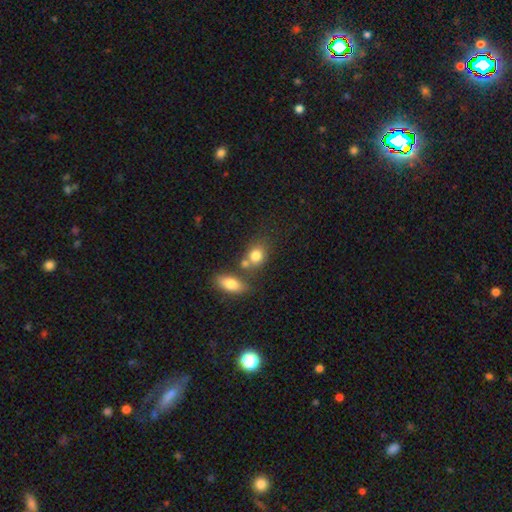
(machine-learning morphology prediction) A smooth galaxy with no disk features (80%) that is round (49%, tied with in between).

Vote fractions:
- Smooth or featured? smooth: 80% / featured or disk: 11% / star or artifact: 9%
- How rounded? round: 49% (tied) / in between: 49% (tied) / cigar-shaped: 2%
- Merging? none: 46% / merger: 38% / minor disturbance: 12% / major disturbance: 5%